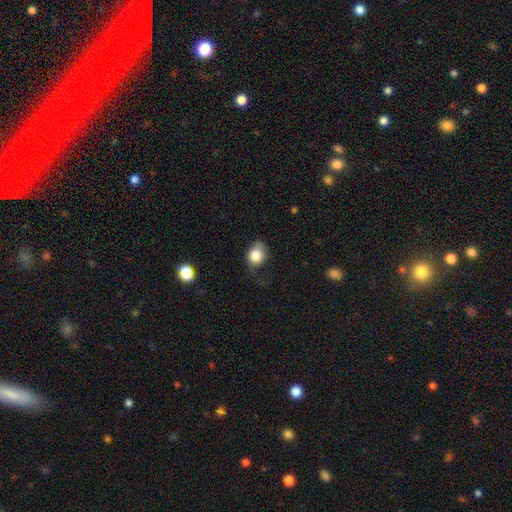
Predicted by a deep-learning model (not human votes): Q: Smooth or featured?
A: smooth (80%); runner-up: featured or disk (11%)
Q: How rounded?
A: round (54%); runner-up: in between (45%)
Q: Merging?
A: none (47%); runner-up: minor disturbance (32%)